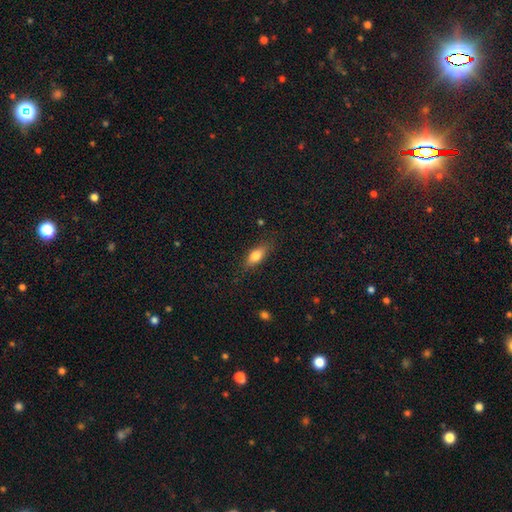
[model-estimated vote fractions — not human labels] This is likely a smooth galaxy (77%). How rounded: likely in between (76%). Merging: clearly none (80%).